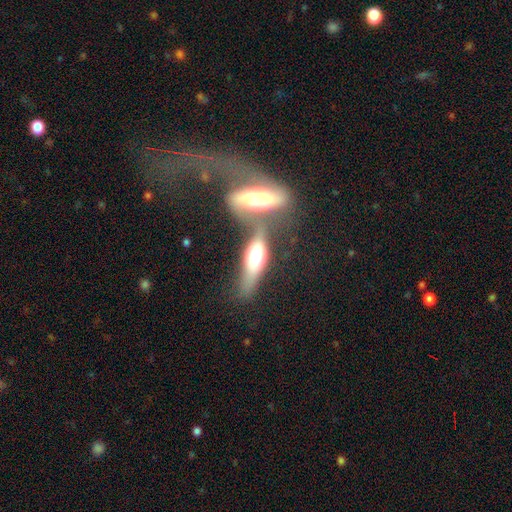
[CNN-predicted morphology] Smooth or featured? featured or disk (46%, tied with smooth)
Merging? merger (49%)